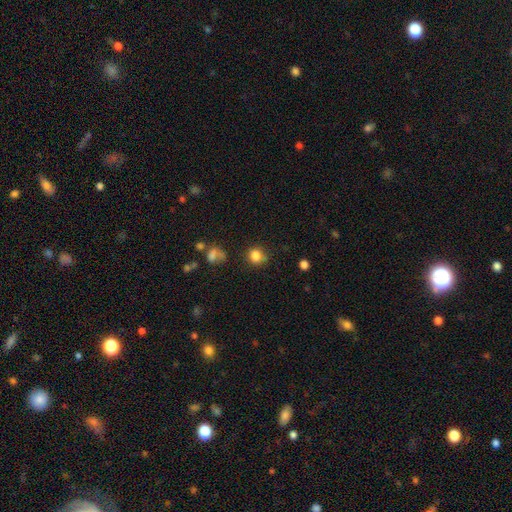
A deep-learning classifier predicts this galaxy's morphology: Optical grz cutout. It shows a smooth galaxy with no disk features (83%) that is round (82%). Merging: none (74%).